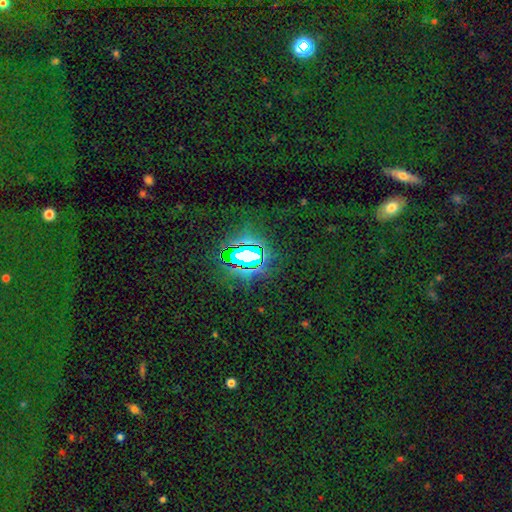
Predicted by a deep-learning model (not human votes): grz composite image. It shows a star or artifact, not a galaxy (80%).